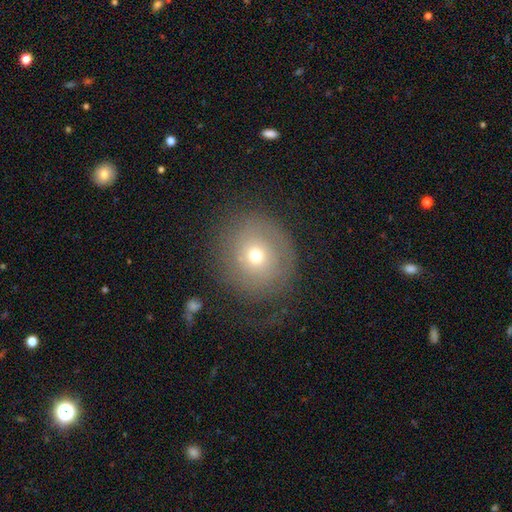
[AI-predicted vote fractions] Smooth or featured? Predicted: smooth (p=0.55). How rounded? Predicted: round (p=0.83). Merging? Predicted: none (p=0.65).